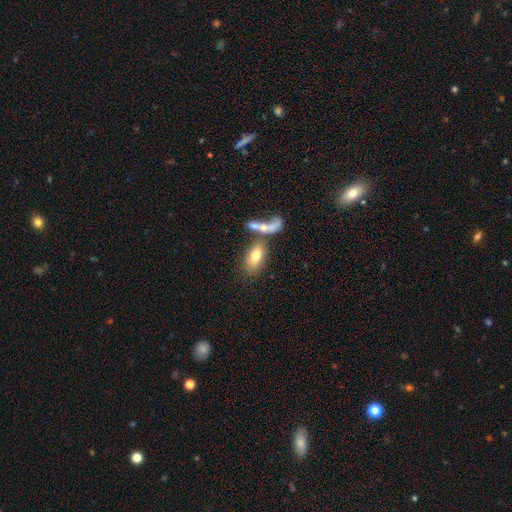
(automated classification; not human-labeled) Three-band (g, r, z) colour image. It shows a smooth galaxy with no disk features (72%) that is in between round and cigar-shaped (88%). Merging: none (43%).